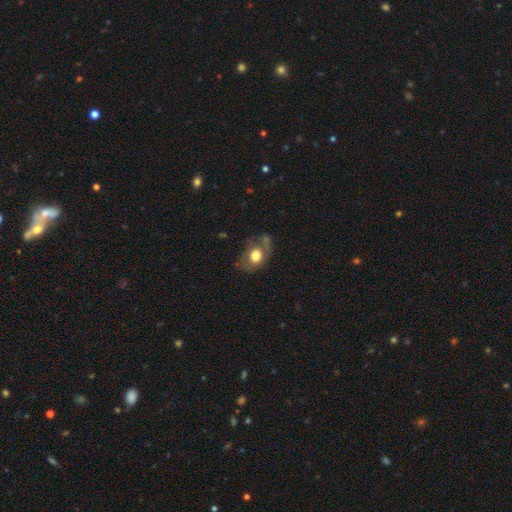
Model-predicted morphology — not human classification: Smooth or featured: smooth — 66% (featured or disk — 25%)
How rounded: in between — 65% (round — 33%)
Merging: none — 47% (minor disturbance — 28%)